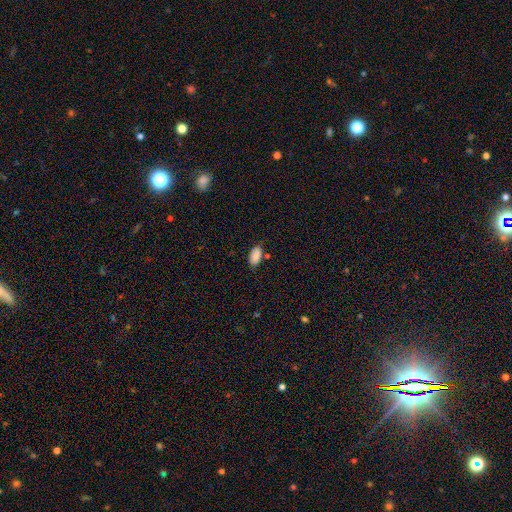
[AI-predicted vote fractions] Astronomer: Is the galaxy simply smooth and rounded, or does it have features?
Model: smooth — 89%.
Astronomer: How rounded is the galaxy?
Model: in between — 94%.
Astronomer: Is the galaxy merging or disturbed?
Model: none — 77%.